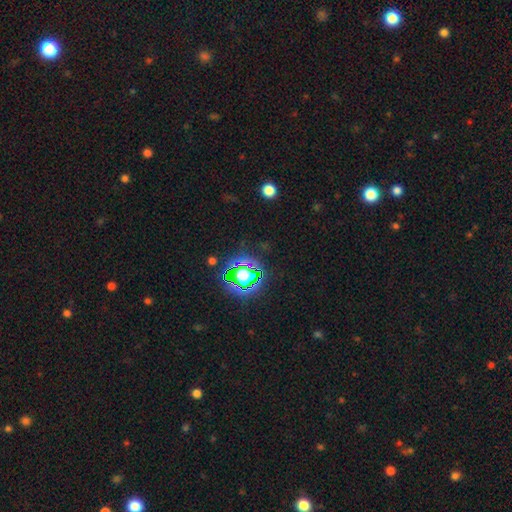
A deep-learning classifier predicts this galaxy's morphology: smooth-or-featured: star or artifact: 81% | smooth: 12% | featured or disk: 7%